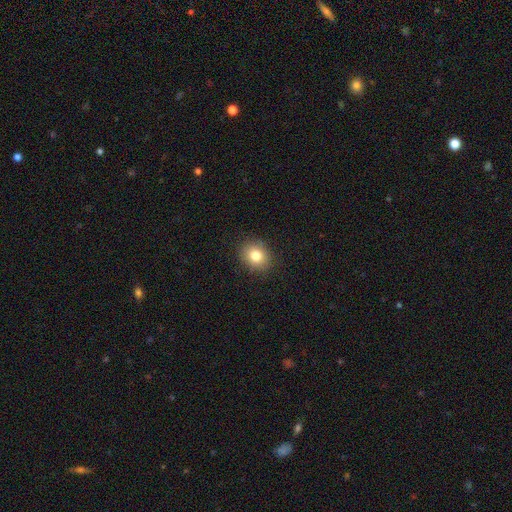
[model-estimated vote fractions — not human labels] This appears to be a smooth galaxy with no disk features (81%) that is round (65%). Merging: none (89%).